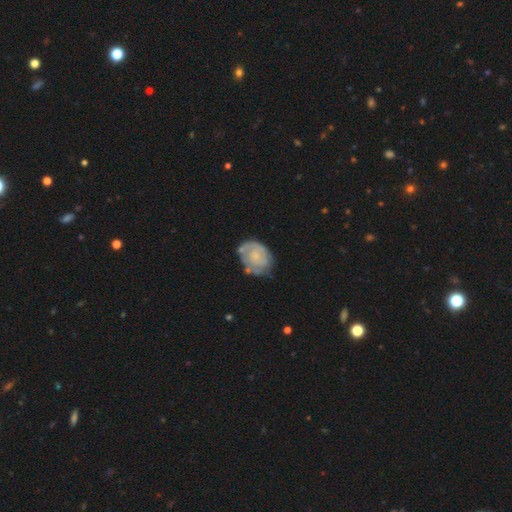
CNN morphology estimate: smooth-or-featured: featured or disk: 58% | smooth: 36% | star or artifact: 6%
  disk-edge-on: no: 98% | yes: 2%
    bar: no: 80% | weak: 17% | strong: 3%
    has-spiral-arms: yes: 63% | no: 37%
    bulge-size: small: 41% | none: 32% | moderate: 21% | large: 4% | dominant: 1%
  merging: none: 57% | minor disturbance: 27% | major disturbance: 12% | merger: 4%